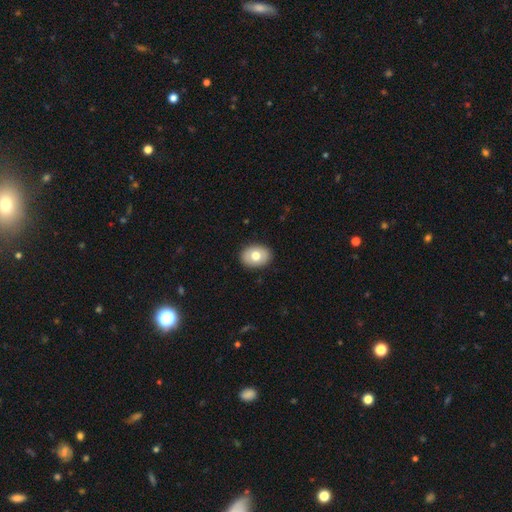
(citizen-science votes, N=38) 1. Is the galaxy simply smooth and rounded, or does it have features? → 63% smooth, 32% featured or disk, 5% star or artifact.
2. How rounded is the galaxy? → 67% in between, 33% round, 0% cigar-shaped.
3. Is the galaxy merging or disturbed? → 94% none, 6% minor disturbance, 0% major disturbance, 0% merger.